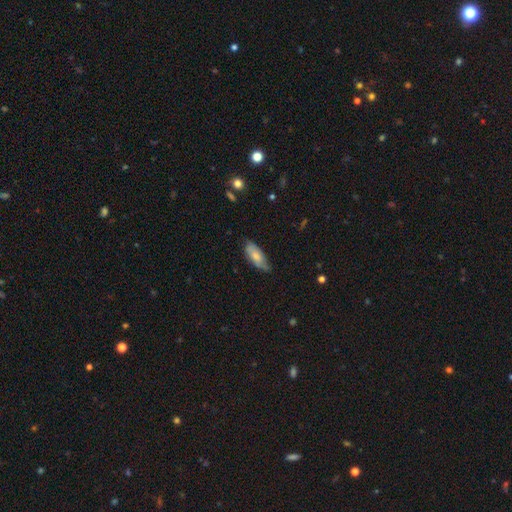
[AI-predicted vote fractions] smooth_or_featured: smooth (p=0.67) [alt: featured or disk p=0.27]
how_rounded: in between (p=0.79) [alt: cigar-shaped p=0.18]
merging: none (p=0.64) [alt: minor disturbance p=0.29]